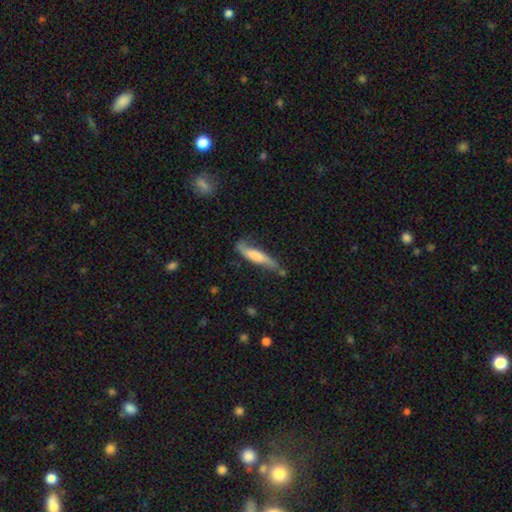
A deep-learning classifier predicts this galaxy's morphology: type=smooth (57%); roundness=cigar-shaped (81%); merging=none (54%).